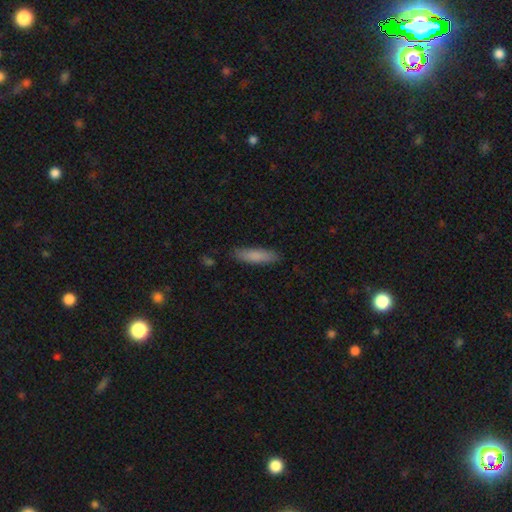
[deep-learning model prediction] A smooth galaxy with no disk features (84%) that is cigar-shaped (68%). Merging: none (86%).